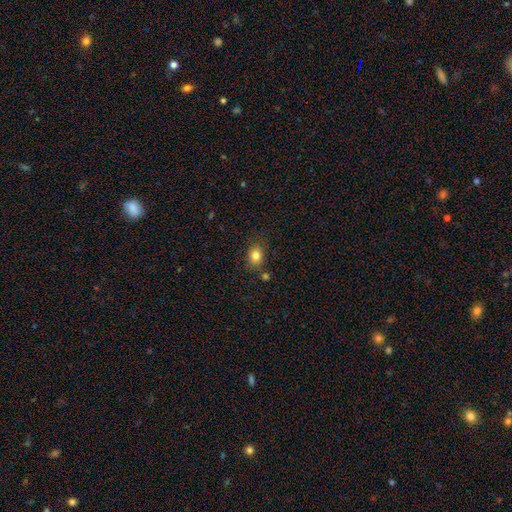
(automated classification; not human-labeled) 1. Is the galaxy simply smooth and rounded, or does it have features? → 83% smooth, 11% star or artifact, 6% featured or disk.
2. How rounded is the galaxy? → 56% in between, 43% round, 1% cigar-shaped.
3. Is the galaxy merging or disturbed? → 76% none, 14% minor disturbance, 6% merger, 4% major disturbance.